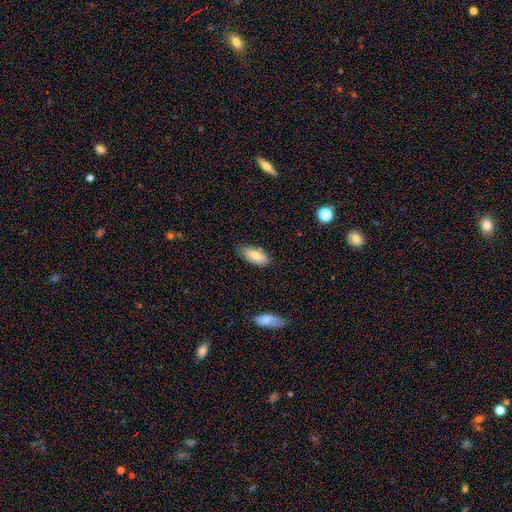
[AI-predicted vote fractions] smooth_or_featured: smooth (p=0.78) [alt: featured or disk p=0.15]
how_rounded: in between (p=0.90) [alt: cigar-shaped p=0.08]
merging: none (p=0.77) [alt: minor disturbance p=0.18]